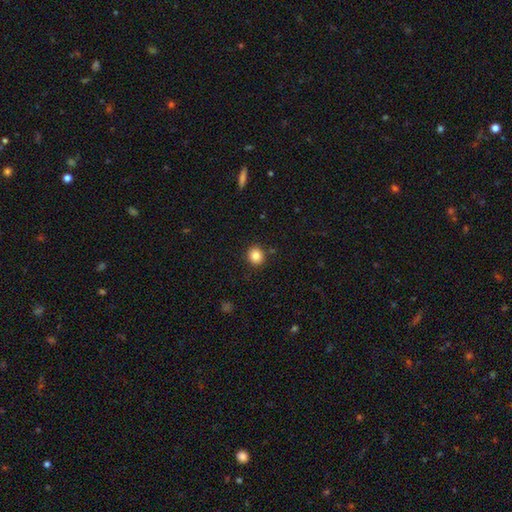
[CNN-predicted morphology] smooth_or_featured: smooth (p=0.84) [alt: star or artifact p=0.11]
how_rounded: round (p=0.85) [alt: in between p=0.14]
merging: none (p=0.89) [alt: minor disturbance p=0.07]